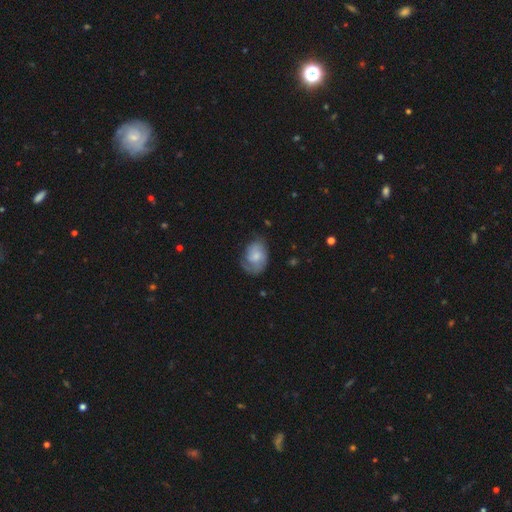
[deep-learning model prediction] Smooth or featured? Predicted: smooth (p=0.50). Merging? Predicted: none (p=0.50).